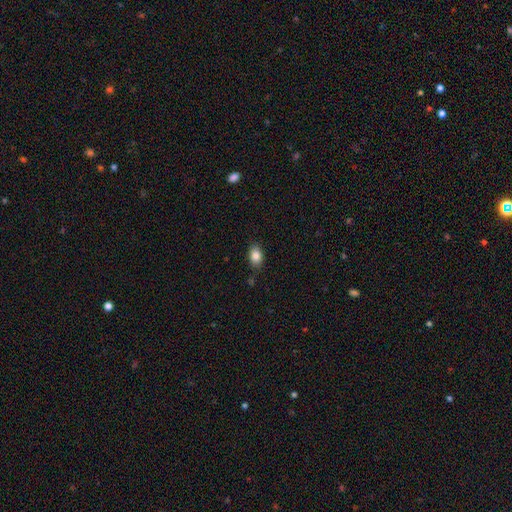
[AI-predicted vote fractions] This is clearly a smooth galaxy (84%). How rounded: clearly in between (81%). Merging: clearly none (81%).